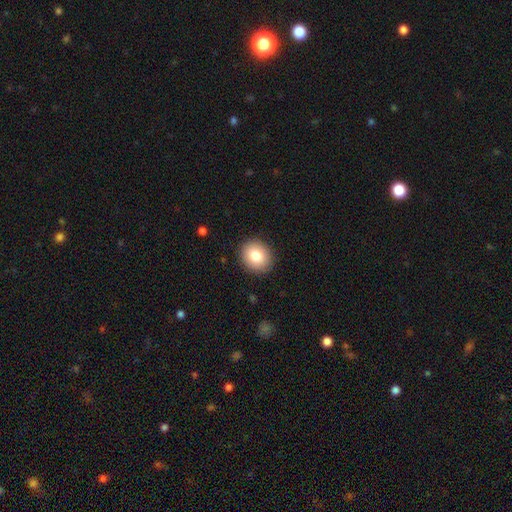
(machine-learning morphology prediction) smooth-or-featured: smooth: 81% | featured or disk: 10% | star or artifact: 9%
  how-rounded: round: 72% | in between: 27% | cigar-shaped: 1%
  merging: none: 90% | minor disturbance: 7% | major disturbance: 2% | merger: 1%